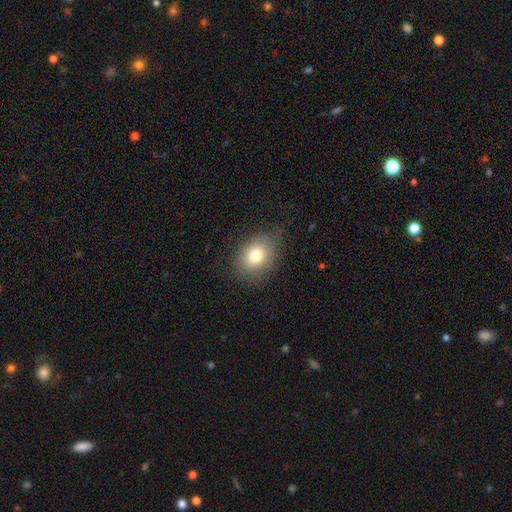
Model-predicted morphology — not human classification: This is likely a smooth galaxy (77%). How rounded: possibly in between (59%). Merging: likely none (79%).